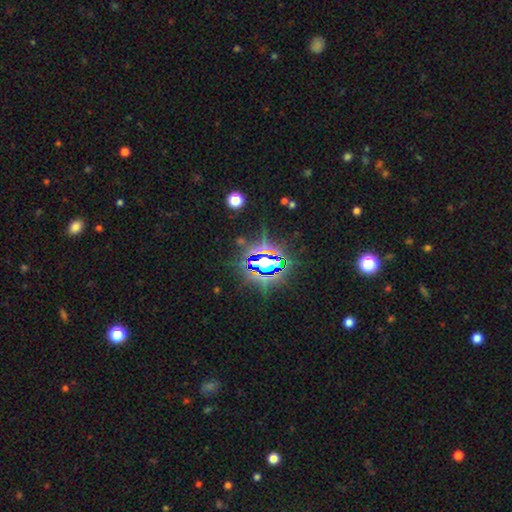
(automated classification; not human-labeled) A star or artifact, not a galaxy (81%).